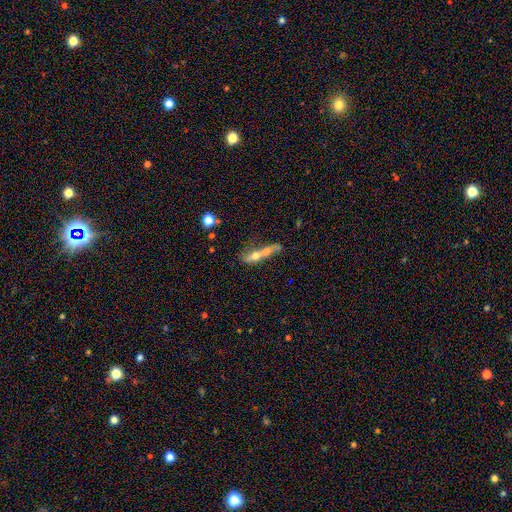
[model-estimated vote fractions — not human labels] Smooth or featured? Predicted: smooth (p=0.48). Merging? Predicted: merger (p=0.33, tied with none).